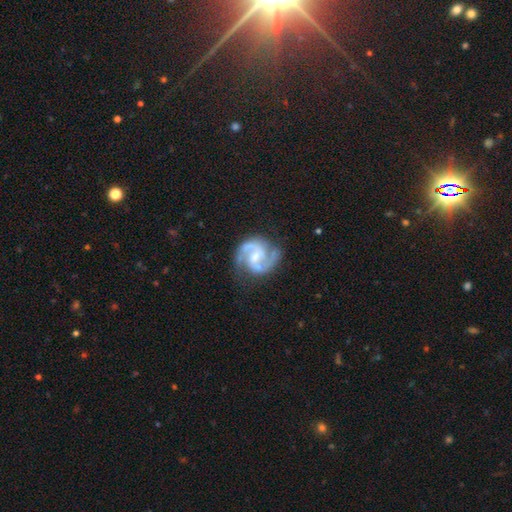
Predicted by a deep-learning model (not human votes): Morphology: type=featured or disk (92%); edge-on=no (98%); bar=weak (56%); spiral arms=yes (98%); winding=medium (63%); arm count=2 (93%); bulge=small (43%); merging=none (77%).